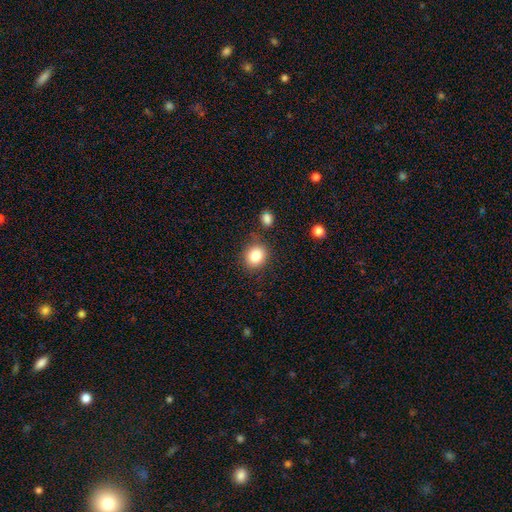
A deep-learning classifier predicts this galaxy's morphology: Smooth or featured?
  - smooth: 84% *
  - star or artifact: 10%
  - featured or disk: 6%
How rounded?
  - round: 75% *
  - in between: 24%
  - cigar-shaped: 1%
Merging?
  - none: 82% *
  - minor disturbance: 11%
  - merger: 5%
  - major disturbance: 3%